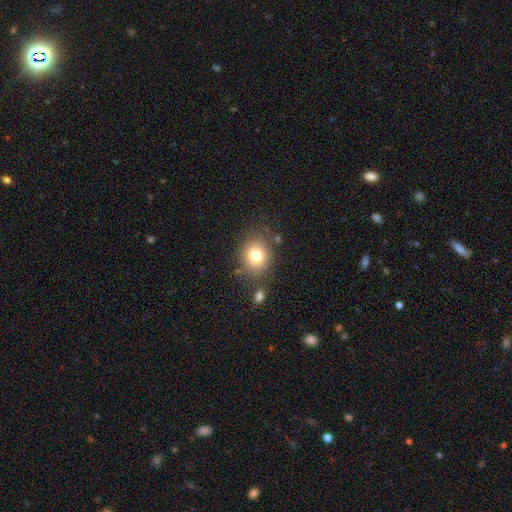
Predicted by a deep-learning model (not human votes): smooth 78%, star or artifact 12%, featured or disk 11%. Down the decision tree: how rounded — round (70%); merging — none (77%).